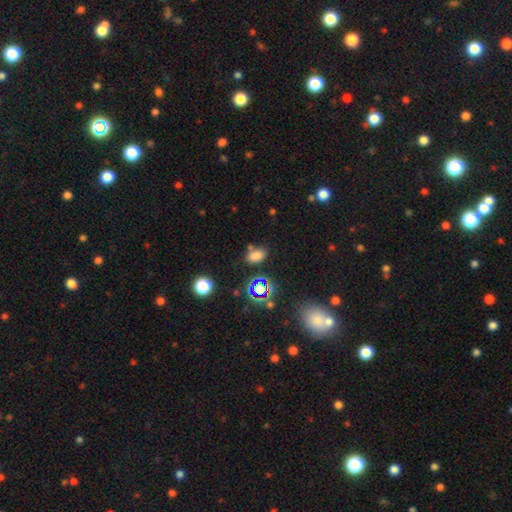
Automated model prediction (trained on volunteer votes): Smooth or featured? Predicted: smooth (p=0.72). How rounded? Predicted: in between (p=0.82). Merging? Predicted: none (p=0.74).